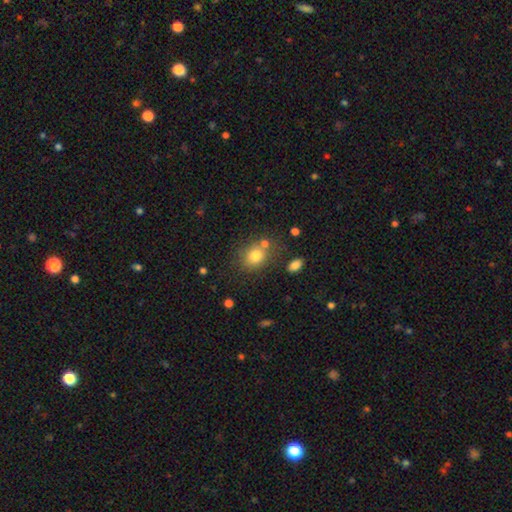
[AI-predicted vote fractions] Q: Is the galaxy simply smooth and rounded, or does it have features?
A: smooth — 78%.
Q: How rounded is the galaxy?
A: round — 58%.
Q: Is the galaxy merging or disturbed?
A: none — 64%.